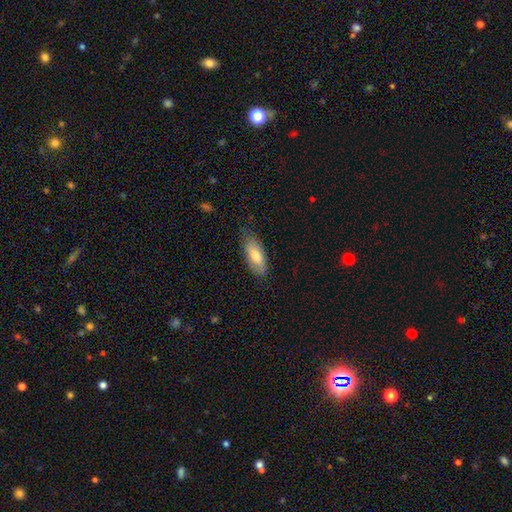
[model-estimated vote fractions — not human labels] smooth-or-featured: smooth: 72% | featured or disk: 21% | star or artifact: 6%
  how-rounded: in between: 74% | cigar-shaped: 24% | round: 2%
  merging: none: 74% | minor disturbance: 21% | major disturbance: 4% | merger: 1%